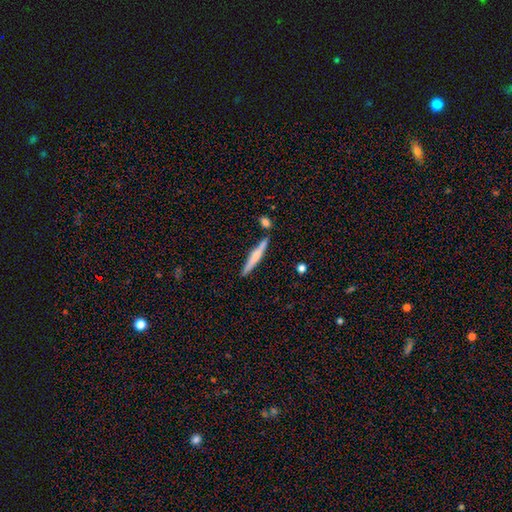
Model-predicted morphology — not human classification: This is possibly a smooth galaxy (49%). Merging: clearly none (82%).